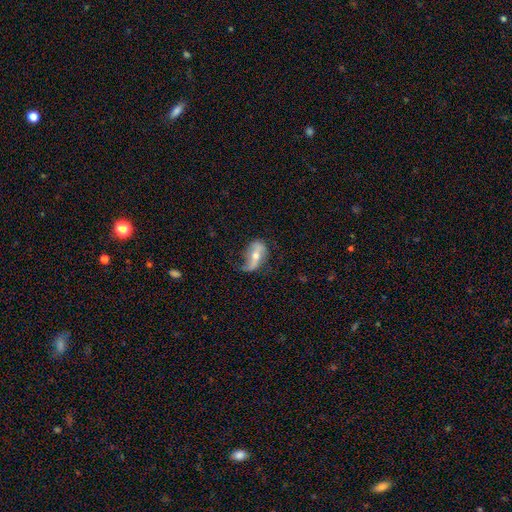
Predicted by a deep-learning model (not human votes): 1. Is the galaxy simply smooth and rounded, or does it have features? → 58% featured or disk, 35% smooth, 7% star or artifact.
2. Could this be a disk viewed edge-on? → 86% no, 14% yes.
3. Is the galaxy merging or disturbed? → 45% none, 32% minor disturbance, 21% major disturbance, 2% merger.